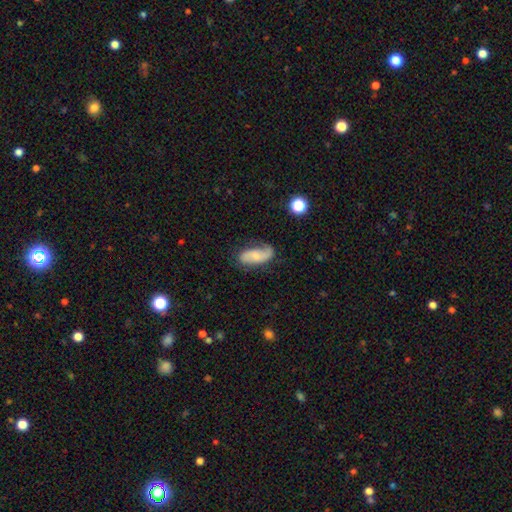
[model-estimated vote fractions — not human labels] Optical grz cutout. It shows a featured or disk galaxy (53%). Merging: none (58%).